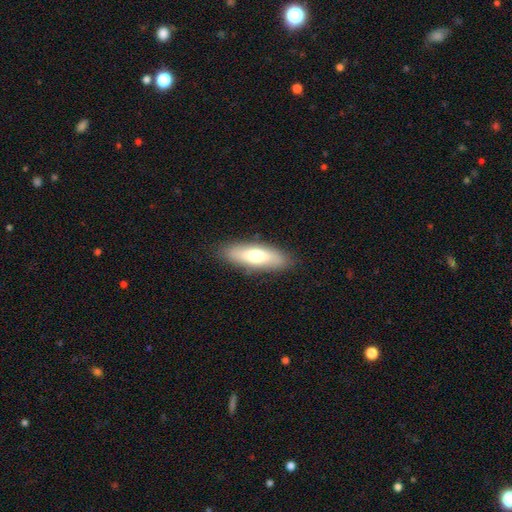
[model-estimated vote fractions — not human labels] Q: Smooth or featured?
A: smooth (68%); runner-up: featured or disk (26%)
Q: How rounded?
A: cigar-shaped (50%); runner-up: in between (48%)
Q: Merging?
A: none (87%); runner-up: minor disturbance (10%)